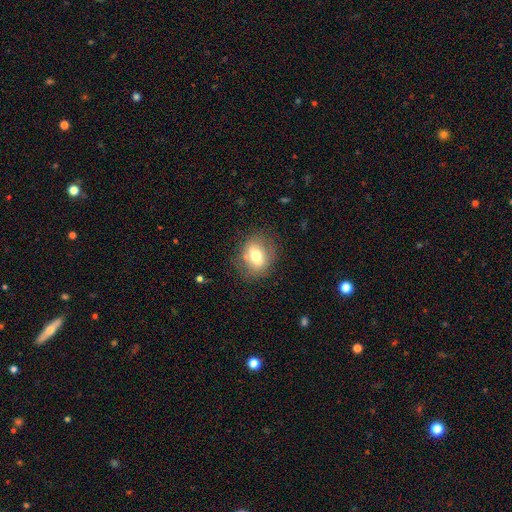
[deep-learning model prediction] Overall: smooth (67%). How rounded: round (52%; in between 47%). Merging: none (75%).